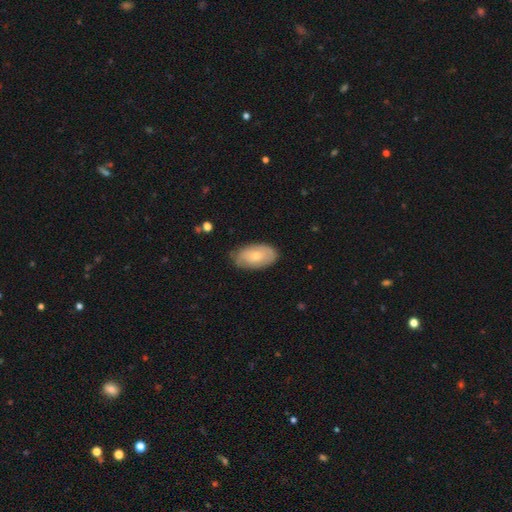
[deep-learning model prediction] Smooth or featured? Predicted: smooth (p=0.63). How rounded? Predicted: in between (p=0.94). Merging? Predicted: none (p=0.76).